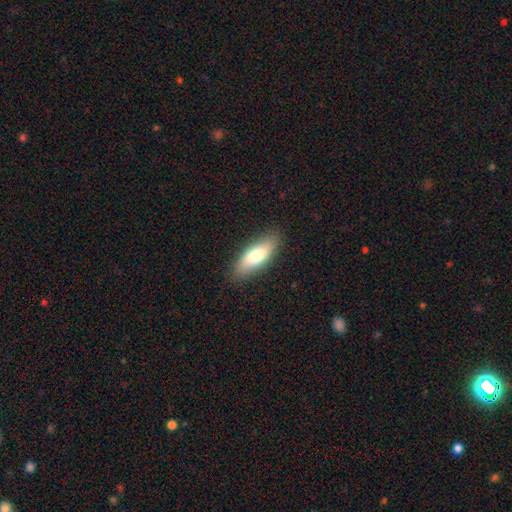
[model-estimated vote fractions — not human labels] Smooth or featured? Predicted: smooth (p=0.74). How rounded? Predicted: in between (p=0.69). Merging? Predicted: none (p=0.86).